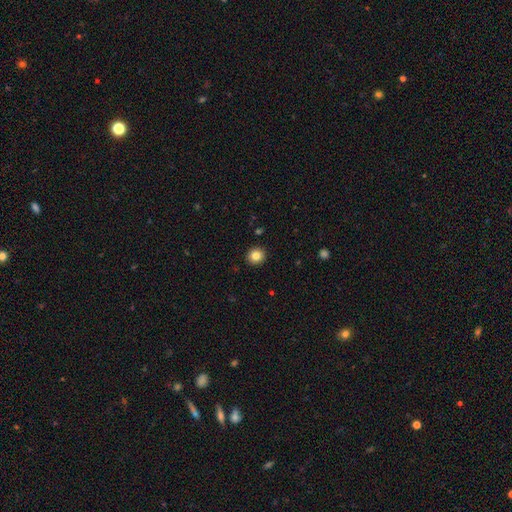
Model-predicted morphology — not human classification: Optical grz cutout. It shows a smooth galaxy with no disk features (83%) that is round (90%). Merging: none (93%).